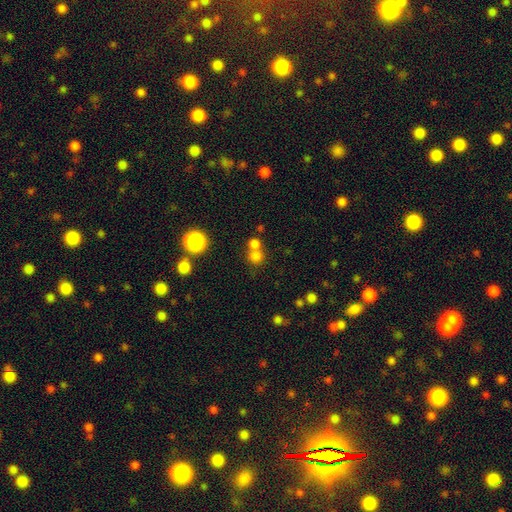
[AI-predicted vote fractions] smooth-or-featured: smooth: 74% | star or artifact: 17% | featured or disk: 8%
  how-rounded: round: 88% | in between: 11% | cigar-shaped: 1%
  merging: none: 53% | merger: 38% | minor disturbance: 6% | major disturbance: 3%